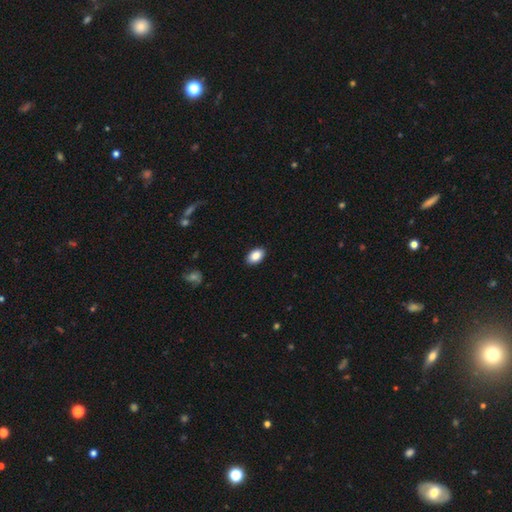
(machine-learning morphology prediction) A smooth galaxy with no disk features (88%) that is in between round and cigar-shaped (90%). Merging: none (89%).